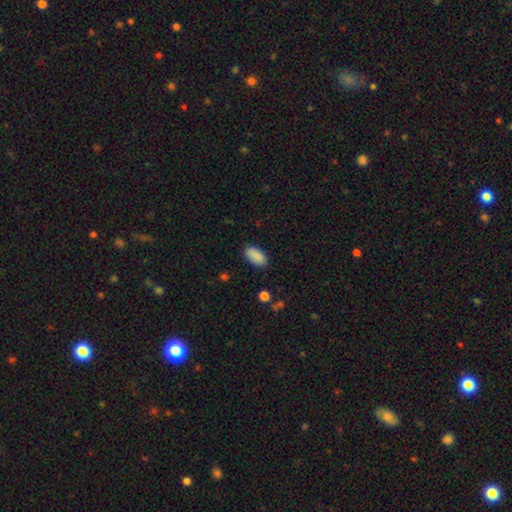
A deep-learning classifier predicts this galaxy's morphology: smooth-or-featured: smooth: 90% | star or artifact: 7% | featured or disk: 3%
  how-rounded: in between: 94% | cigar-shaped: 4% | round: 3%
  merging: none: 87% | minor disturbance: 10% | major disturbance: 2% | merger: 1%